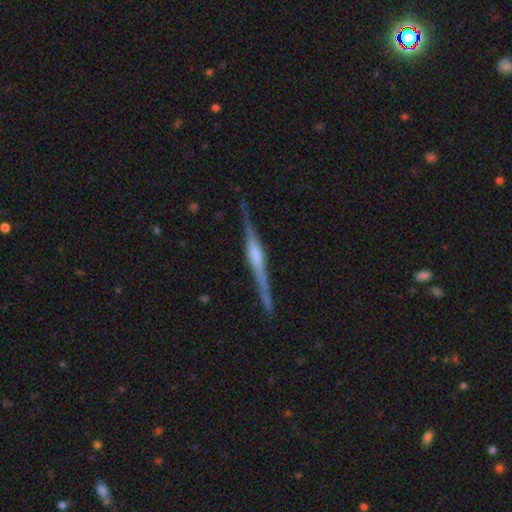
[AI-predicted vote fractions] Smooth or featured: featured or disk — 80% (smooth — 14%)
Edge-on disk: yes — 98% (no — 2%)
Edge-on bulge: rounded — 51% (boxy — 35%)
Merging: none — 87% (minor disturbance — 10%)